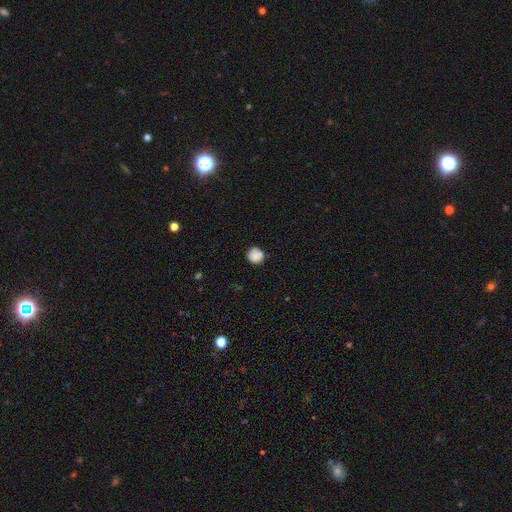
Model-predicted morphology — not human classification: The model was most divided on "merging": none: 85%, minor disturbance: 11%, major disturbance: 2%, merger: 1%. More confident: how rounded — round (94%); smooth or featured — smooth (86%).